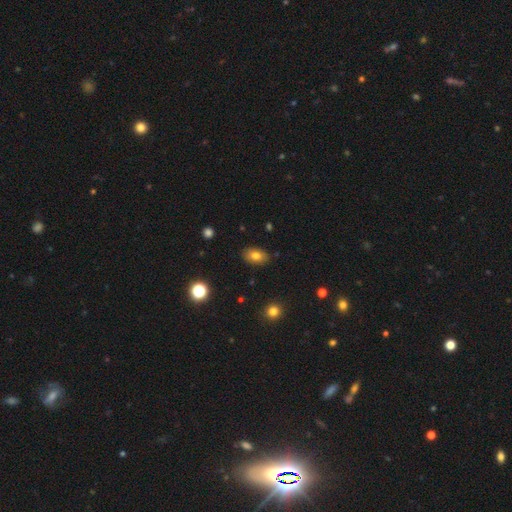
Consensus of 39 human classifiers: Smooth or featured? 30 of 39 (77%) said smooth. How rounded? 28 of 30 (93%) said in between. Merging? 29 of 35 (83%) said none.